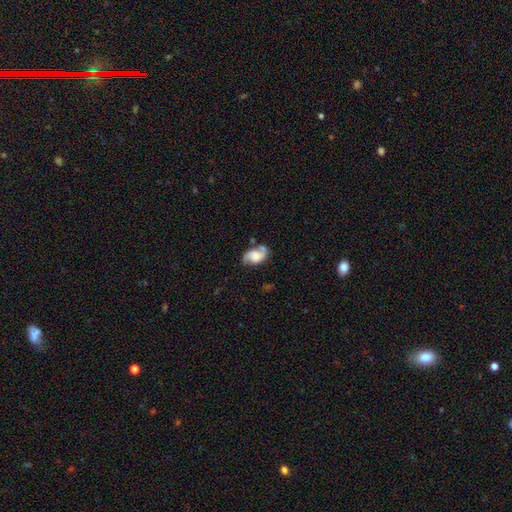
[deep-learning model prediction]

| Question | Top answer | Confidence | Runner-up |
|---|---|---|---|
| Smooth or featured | featured or disk | 59% | smooth (33%) |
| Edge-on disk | no | 97% | yes (3%) |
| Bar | no | 61% | weak (31%) |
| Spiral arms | yes | 88% | no (12%) |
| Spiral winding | loose | 41% | medium (40%) |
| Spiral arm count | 2 | 84% | 1 (7%) |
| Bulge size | large | 31% | none (29%) |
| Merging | none | 55% | minor disturbance (25%) |